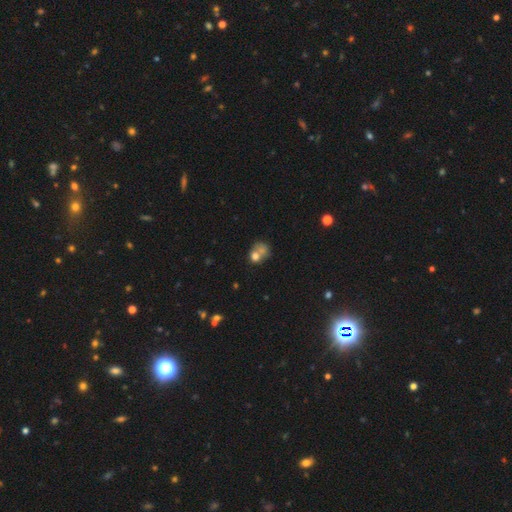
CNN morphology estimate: A smooth galaxy with no disk features (68%) that is round (62%).

Vote fractions:
- Smooth or featured? smooth: 68% / featured or disk: 20% / star or artifact: 12%
- How rounded? round: 62% / in between: 37% / cigar-shaped: 1%
- Merging? merger: 56% / none: 28% / minor disturbance: 9% / major disturbance: 7%